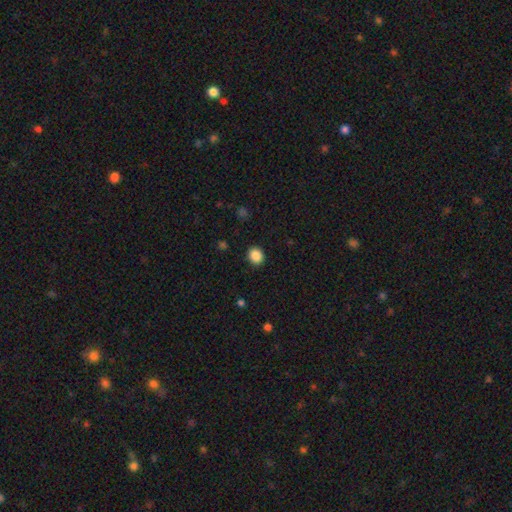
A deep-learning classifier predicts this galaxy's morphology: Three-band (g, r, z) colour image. It shows a smooth galaxy with no disk features (87%) that is round (75%). Merging: none (91%).